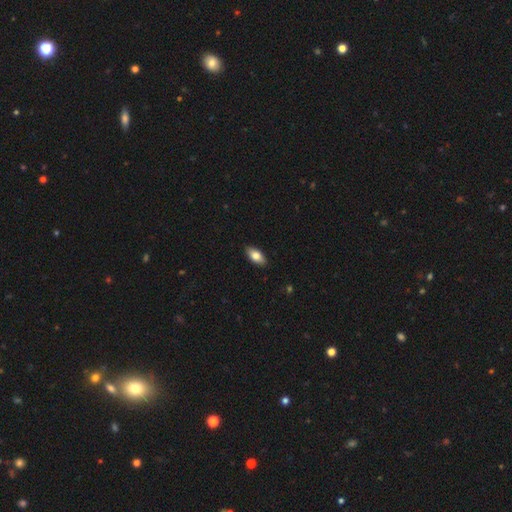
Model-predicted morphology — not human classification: smooth_or_featured: smooth (p=0.79) [alt: featured or disk p=0.15]
how_rounded: in between (p=0.90) [alt: cigar-shaped p=0.07]
merging: none (p=0.89) [alt: minor disturbance p=0.08]